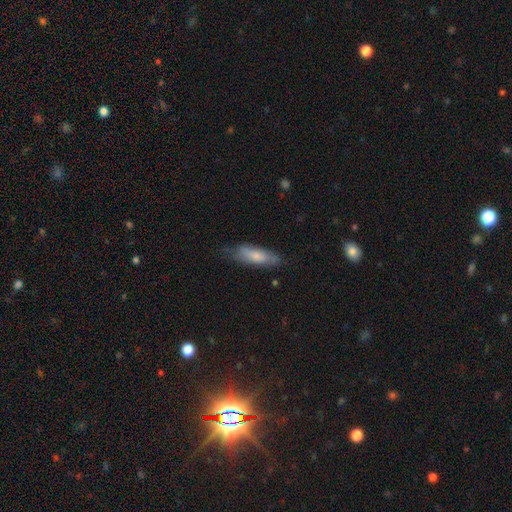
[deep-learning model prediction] Overall: smooth (69%). How rounded: in between (54%; cigar-shaped 44%). Merging: none (60%; minor disturbance 29%).